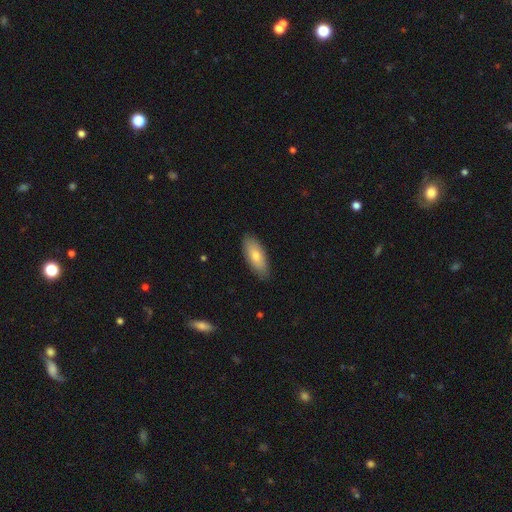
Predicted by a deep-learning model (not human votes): Smooth or featured?
  - smooth: 73% *
  - featured or disk: 21%
  - star or artifact: 6%
How rounded?
  - in between: 80% *
  - cigar-shaped: 18%
  - round: 2%
Merging?
  - none: 86% *
  - minor disturbance: 11%
  - major disturbance: 2%
  - merger: 1%